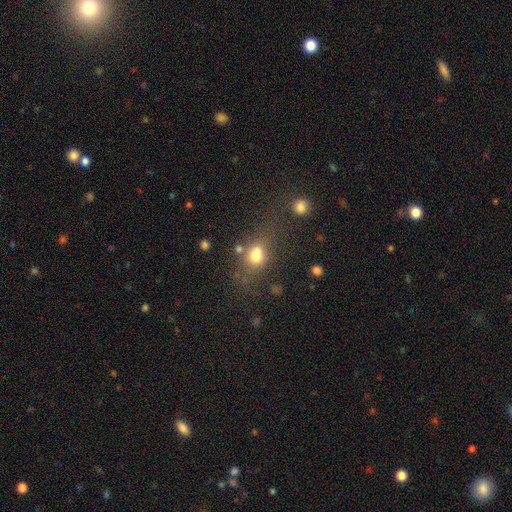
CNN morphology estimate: smooth_or_featured: smooth (p=0.73) [alt: star or artifact p=0.14]
how_rounded: in between (p=0.57) [alt: round p=0.39]
merging: none (p=0.48) [alt: minor disturbance p=0.19]